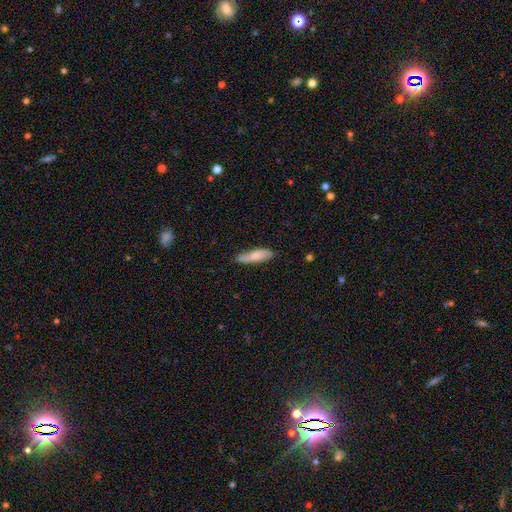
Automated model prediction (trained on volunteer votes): smooth_or_featured: smooth (p=0.67) [alt: featured or disk p=0.27]
how_rounded: cigar-shaped (p=0.65) [alt: in between p=0.33]
merging: none (p=0.77) [alt: minor disturbance p=0.19]